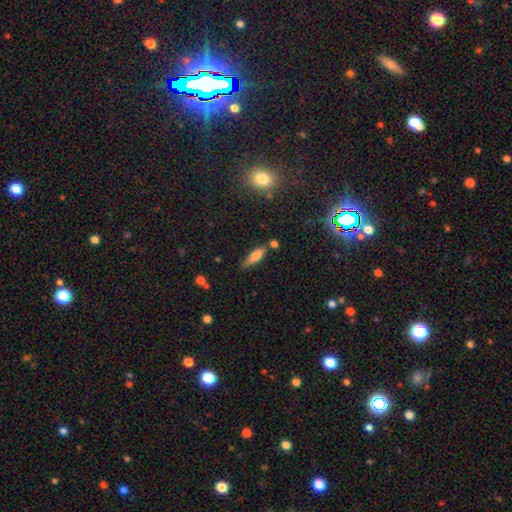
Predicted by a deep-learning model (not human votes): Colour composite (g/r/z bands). It shows a smooth galaxy with no disk features (66%) that is cigar-shaped (59%). Merging: none (68%).